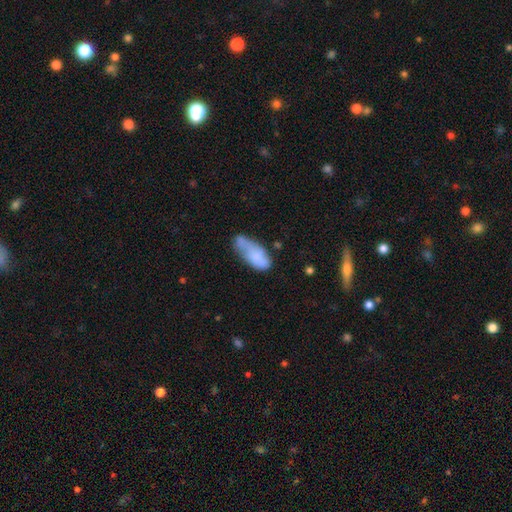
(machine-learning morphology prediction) This is likely a smooth galaxy (71%). How rounded: clearly in between (81%). Merging: marginally none (36%).